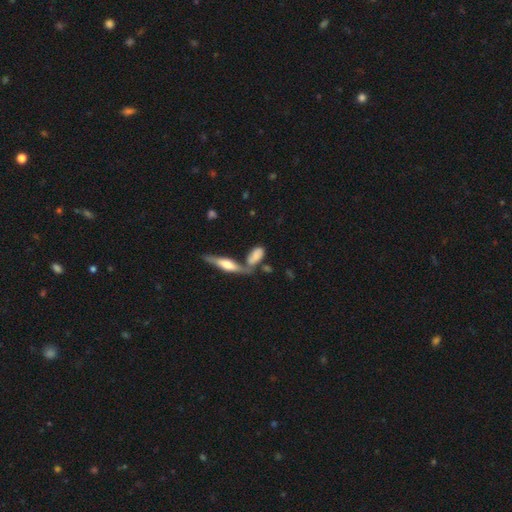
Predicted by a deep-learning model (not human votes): This appears to be a smooth galaxy with no disk features (68%) that is in between round and cigar-shaped (77%). Merging: merger (44%).